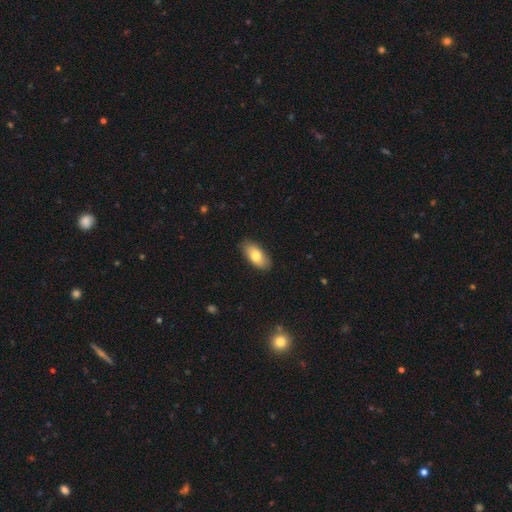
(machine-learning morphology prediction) A smooth galaxy with no disk features (76%) that is in between round and cigar-shaped (91%). Merging: none (85%).